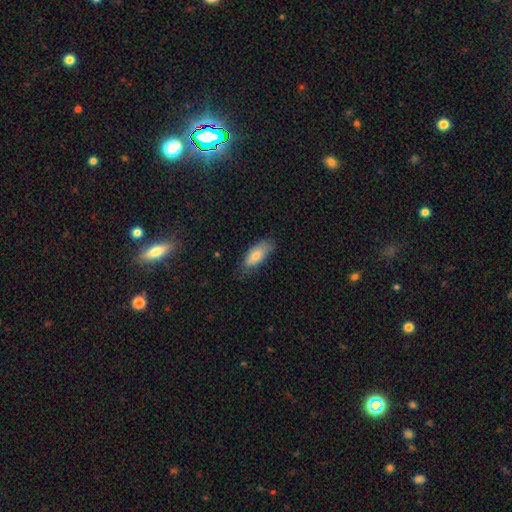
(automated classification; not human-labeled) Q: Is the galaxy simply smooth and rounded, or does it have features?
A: smooth — 77%.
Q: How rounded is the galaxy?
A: in between — 83%.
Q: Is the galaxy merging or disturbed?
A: none — 68%.